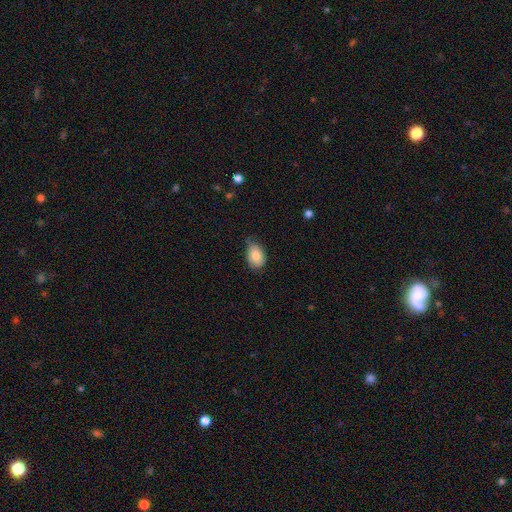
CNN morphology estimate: A smooth galaxy with no disk features (85%) that is in between round and cigar-shaped (85%).

Vote fractions:
- Smooth or featured? smooth: 85% / featured or disk: 8% / star or artifact: 7%
- How rounded? in between: 85% / round: 14% / cigar-shaped: 1%
- Merging? none: 57% / minor disturbance: 36% / major disturbance: 5% / merger: 2%